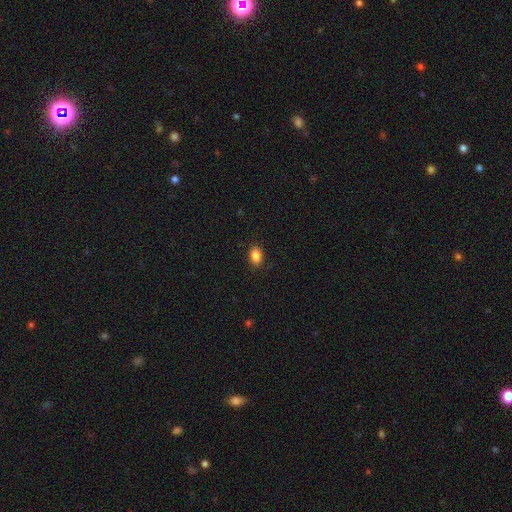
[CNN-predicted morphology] Smooth or featured?
  - smooth: 86% *
  - star or artifact: 9%
  - featured or disk: 4%
How rounded?
  - in between: 76% *
  - round: 23%
  - cigar-shaped: 1%
Merging?
  - none: 87% *
  - minor disturbance: 10%
  - major disturbance: 2%
  - merger: 1%